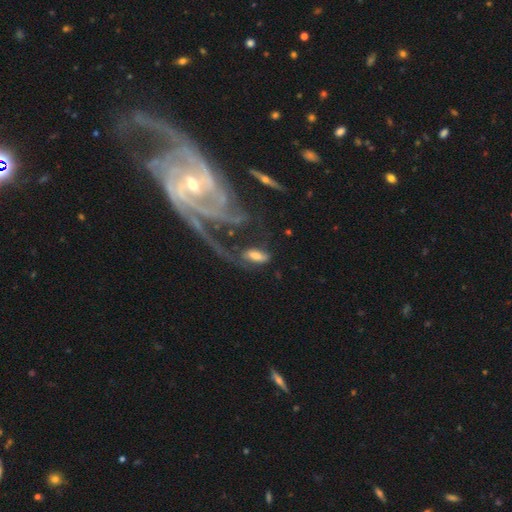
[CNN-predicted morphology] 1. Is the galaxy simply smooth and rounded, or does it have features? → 61% smooth, 30% featured or disk, 8% star or artifact.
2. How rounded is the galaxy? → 87% in between, 9% cigar-shaped, 4% round.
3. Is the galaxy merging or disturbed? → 41% none, 25% major disturbance, 21% minor disturbance, 13% merger.